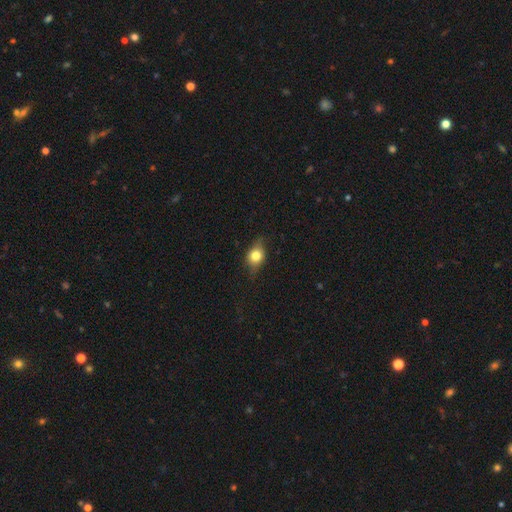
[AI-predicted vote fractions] Smooth or featured? smooth (71%)
How rounded? in between (55%)
Merging? none (72%)